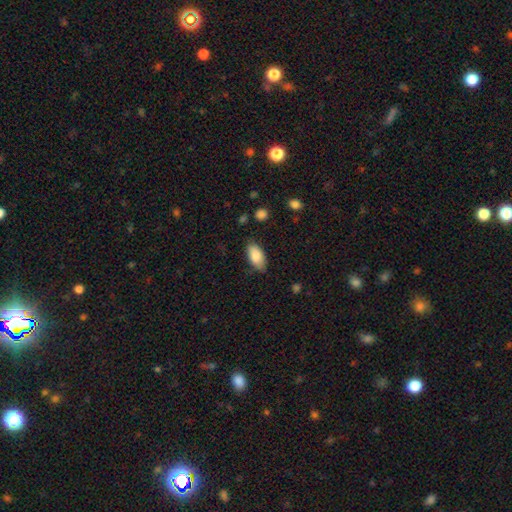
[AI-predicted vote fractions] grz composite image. It shows a smooth galaxy with no disk features (85%) that is in between round and cigar-shaped (92%). Merging: none (81%).